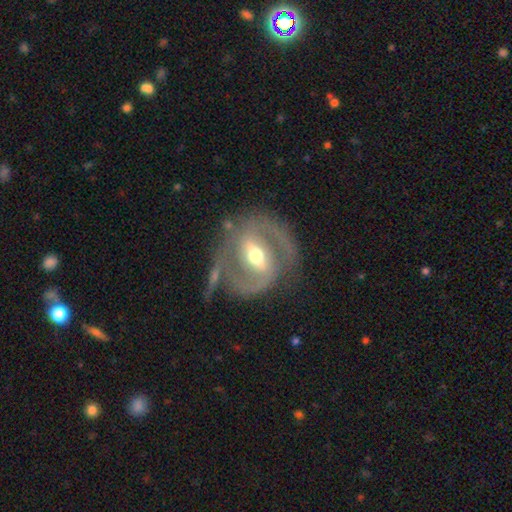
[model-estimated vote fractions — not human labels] This appears to be a featured or disk galaxy (82%) with a strong bar (64%), 2 (82%) medium (45%) spiral arms (72%) and a moderate central bulge (71%). Merging: none (65%).